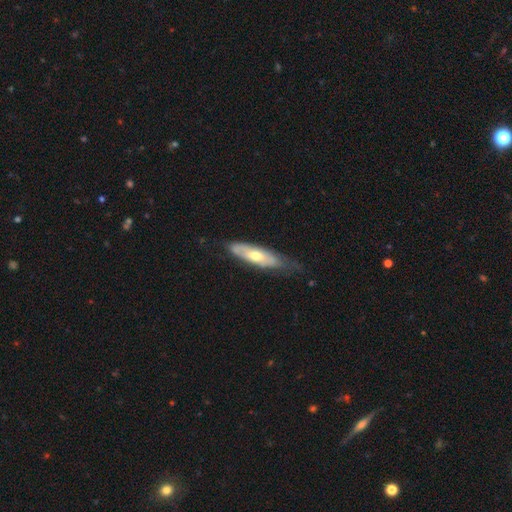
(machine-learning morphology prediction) smooth_or_featured: featured or disk (p=0.54) [alt: smooth p=0.40]
disk_edge_on: no (p=0.61) [alt: yes p=0.39]
merging: none (p=0.55) [alt: minor disturbance p=0.32]